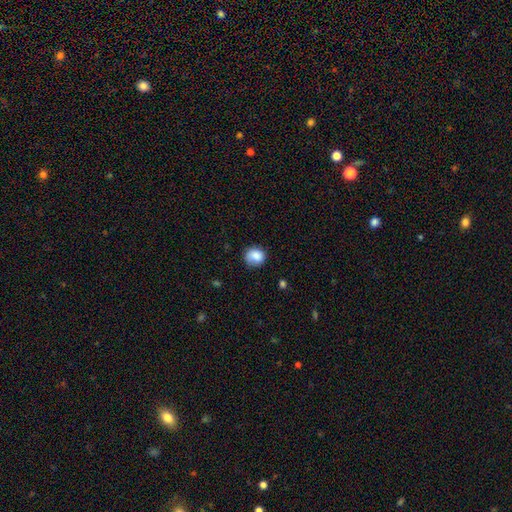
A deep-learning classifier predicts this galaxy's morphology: Overall: smooth (84%). How rounded: round (76%). Merging: none (70%).